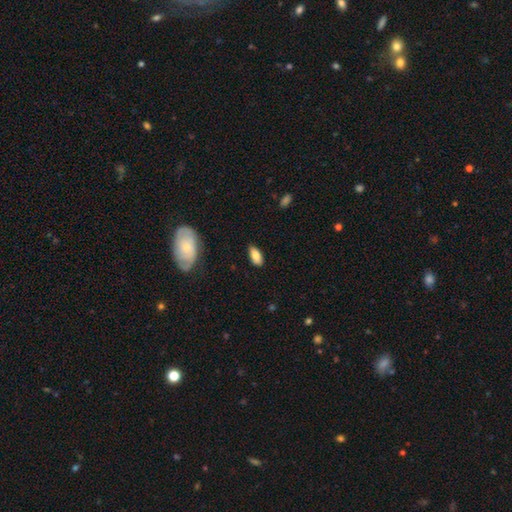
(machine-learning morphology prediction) Q: Smooth or featured?
A: smooth (78%); runner-up: featured or disk (15%)
Q: How rounded?
A: in between (88%); runner-up: cigar-shaped (9%)
Q: Merging?
A: none (83%); runner-up: minor disturbance (13%)